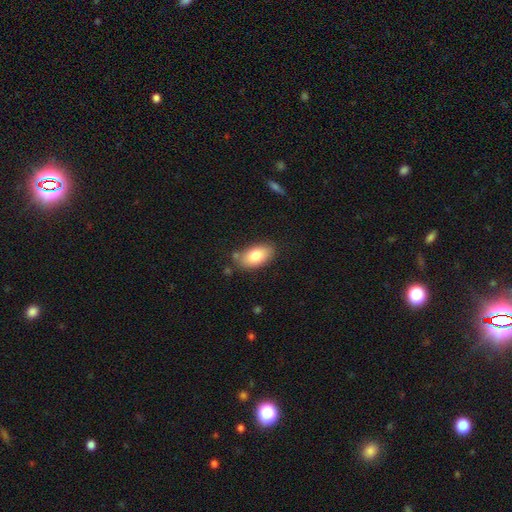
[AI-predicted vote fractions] Smooth or featured?
  - smooth: 80% *
  - featured or disk: 13%
  - star or artifact: 7%
How rounded?
  - in between: 93% *
  - round: 5%
  - cigar-shaped: 3%
Merging?
  - none: 76% *
  - minor disturbance: 16%
  - merger: 4%
  - major disturbance: 4%